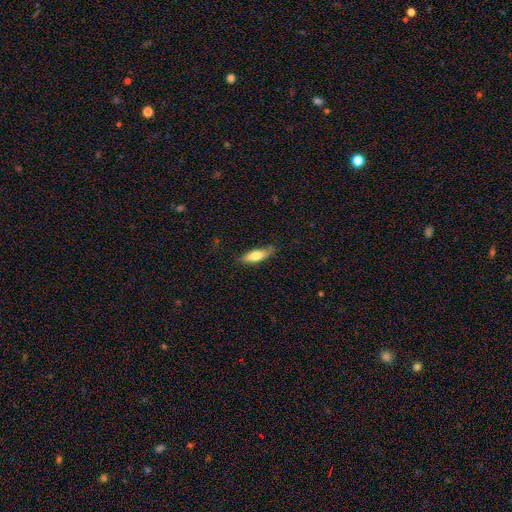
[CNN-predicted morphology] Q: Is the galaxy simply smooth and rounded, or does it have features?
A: smooth — 73%.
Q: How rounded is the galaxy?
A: cigar-shaped — 51%.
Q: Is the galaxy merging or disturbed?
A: none — 78%.